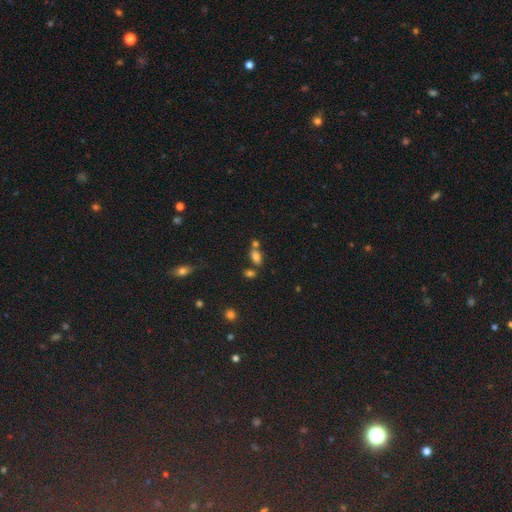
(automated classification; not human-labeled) This is likely a smooth galaxy (76%). How rounded: clearly in between (86%). Merging: possibly none (51%).